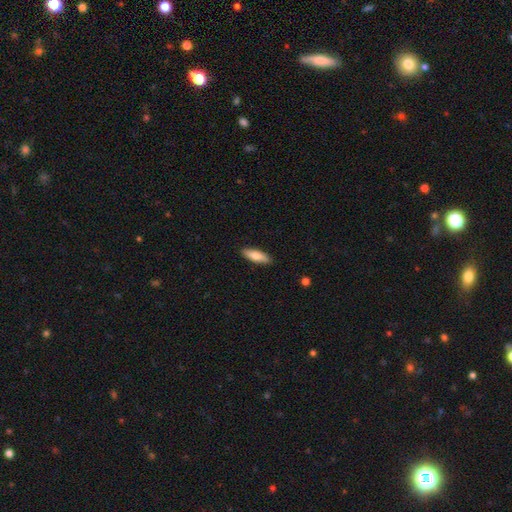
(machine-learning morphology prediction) Overall: smooth (76%). How rounded: in between (53%; cigar-shaped 45%). Merging: none (89%).